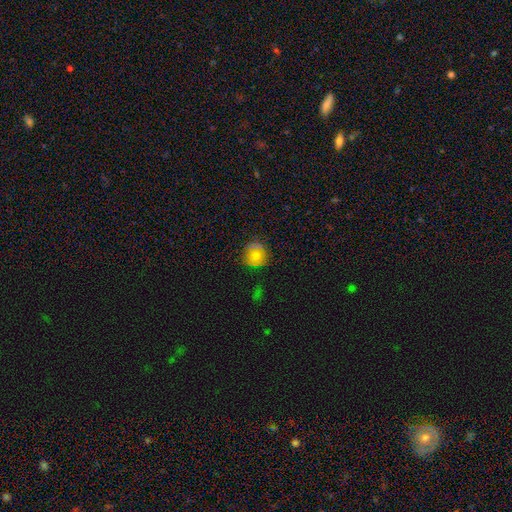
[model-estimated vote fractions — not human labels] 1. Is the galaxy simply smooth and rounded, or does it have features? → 63% smooth, 24% featured or disk, 14% star or artifact.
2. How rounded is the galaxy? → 88% round, 11% in between, 1% cigar-shaped.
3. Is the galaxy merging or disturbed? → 74% none, 18% minor disturbance, 5% major disturbance, 3% merger.